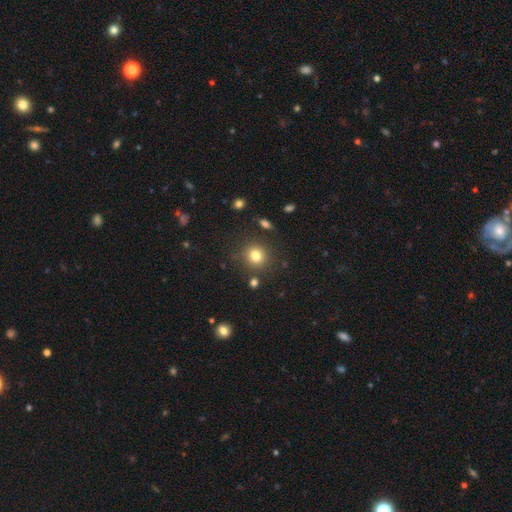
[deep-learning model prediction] Smooth or featured: smooth — 80% (star or artifact — 13%)
How rounded: round — 90% (in between — 9%)
Merging: none — 85% (minor disturbance — 8%)